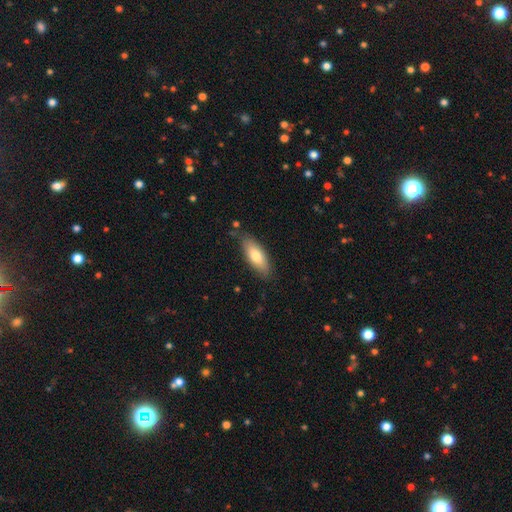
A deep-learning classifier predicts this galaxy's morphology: This appears to be a smooth galaxy with no disk features (76%) that is in between round and cigar-shaped (70%). Merging: none (80%).